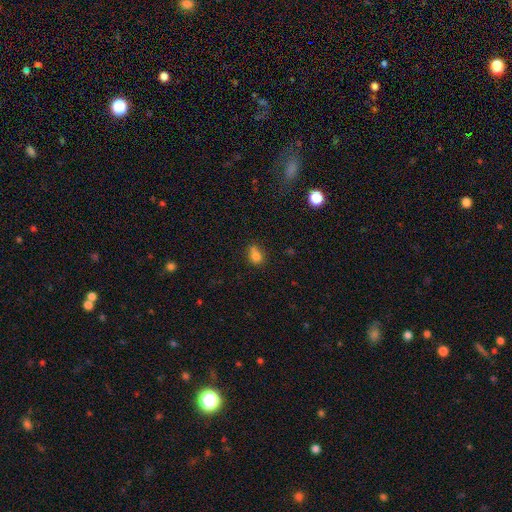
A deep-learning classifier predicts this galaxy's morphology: Smooth or featured: smooth — 77% (star or artifact — 13%)
How rounded: round — 54% (in between — 45%)
Merging: none — 44% (merger — 29%)